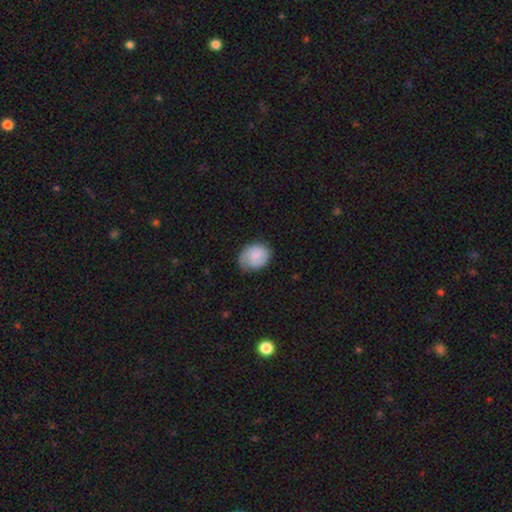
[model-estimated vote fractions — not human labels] Smooth or featured?
  - smooth: 57% *
  - featured or disk: 36%
  - star or artifact: 7%
How rounded?
  - in between: 52% *
  - round: 47%
  - cigar-shaped: 1%
Merging?
  - none: 68% *
  - minor disturbance: 24%
  - major disturbance: 7%
  - merger: 1%